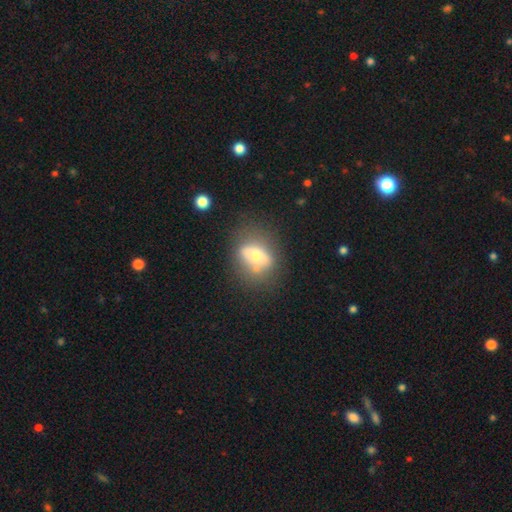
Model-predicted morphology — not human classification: Smooth or featured? smooth (53%)
How rounded? in between (58%)
Merging? none (50%)